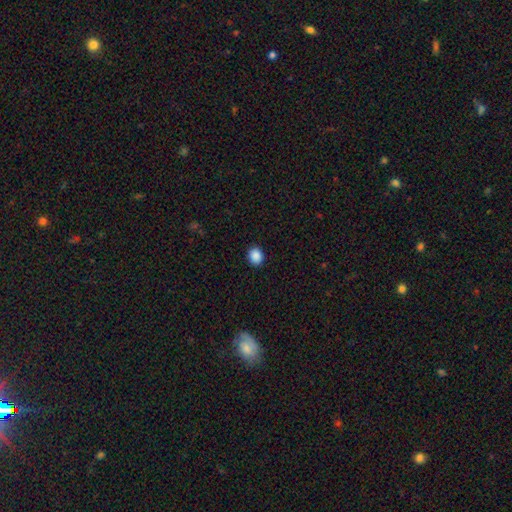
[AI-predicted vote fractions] Smooth or featured? smooth (89%)
How rounded? round (64%)
Merging? none (91%)